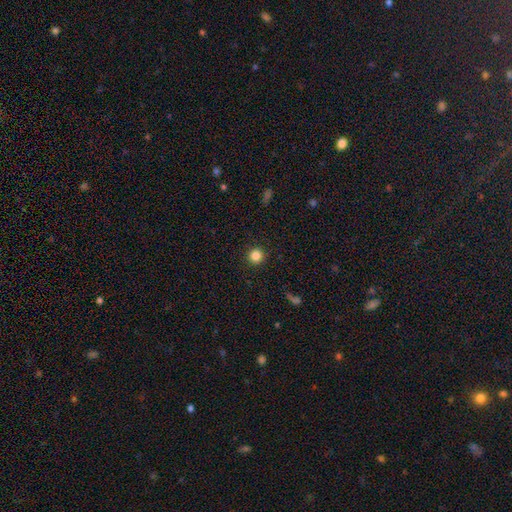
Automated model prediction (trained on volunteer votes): This appears to be a smooth galaxy with no disk features (84%) that is round (95%). Merging: none (92%).